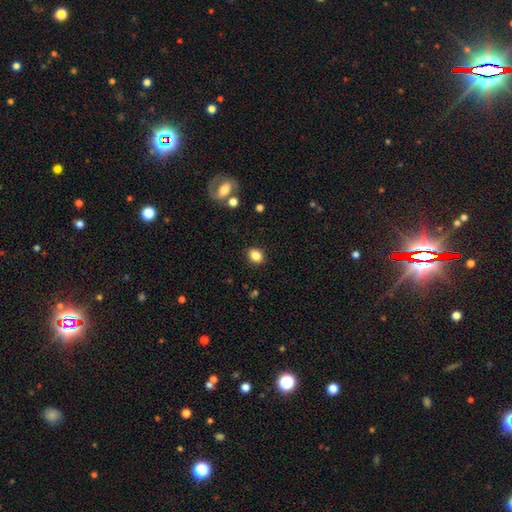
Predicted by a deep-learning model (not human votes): A smooth galaxy with no disk features (85%) that is round (52%). Merging: none (88%).